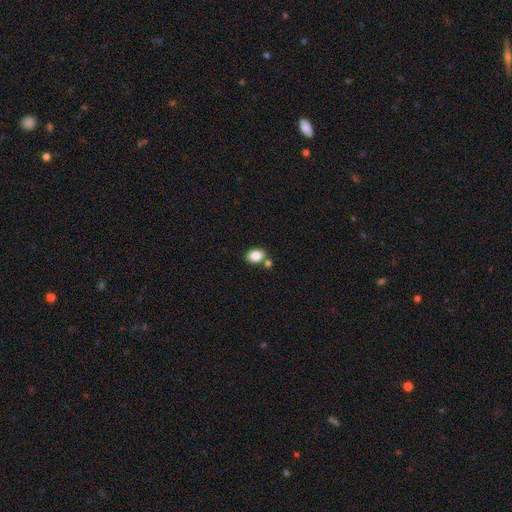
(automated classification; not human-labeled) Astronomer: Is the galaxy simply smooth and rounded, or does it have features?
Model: smooth — 85%.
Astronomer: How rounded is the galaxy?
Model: in between — 77%.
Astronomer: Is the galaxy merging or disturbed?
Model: none — 67%.